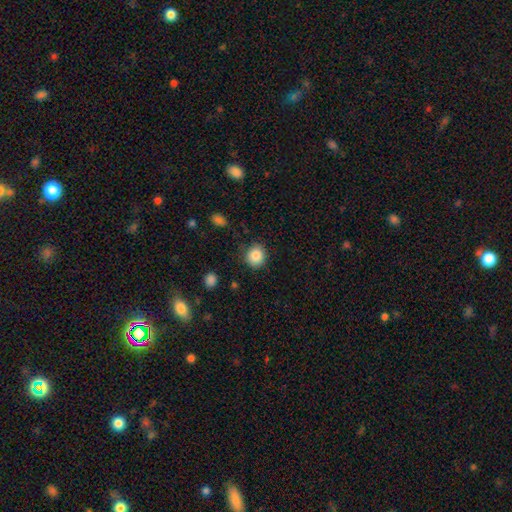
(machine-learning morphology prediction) smooth_or_featured: smooth (p=0.86) [alt: star or artifact p=0.09]
how_rounded: round (p=0.78) [alt: in between p=0.21]
merging: none (p=0.83) [alt: minor disturbance p=0.12]